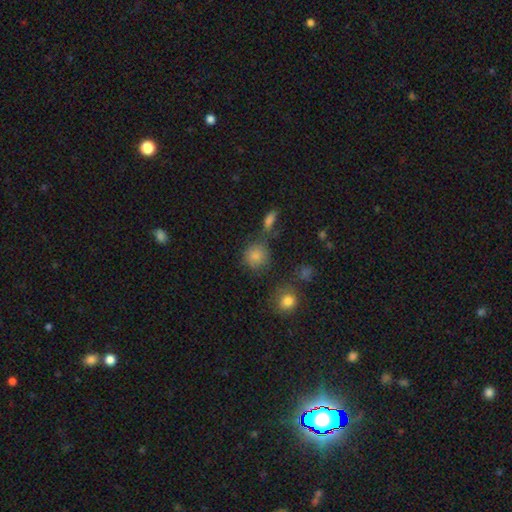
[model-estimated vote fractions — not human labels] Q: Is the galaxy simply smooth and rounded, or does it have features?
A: smooth — 82%.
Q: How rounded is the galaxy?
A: round — 84%.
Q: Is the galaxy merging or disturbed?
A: none — 65%.